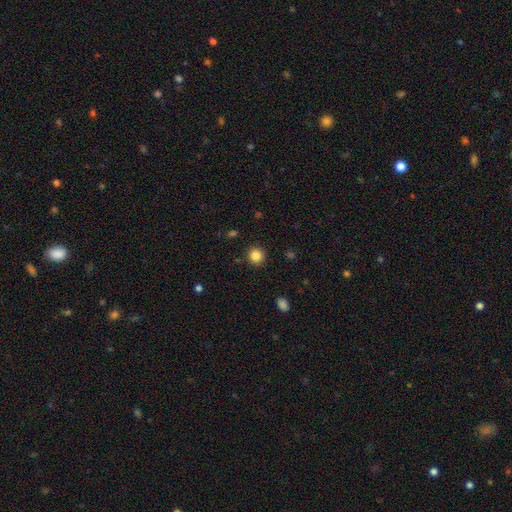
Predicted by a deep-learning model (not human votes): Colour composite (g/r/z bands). It shows a smooth galaxy with no disk features (85%) that is round (92%). Merging: none (90%).